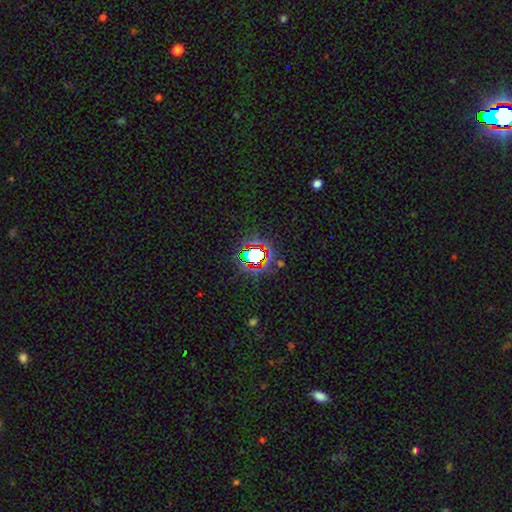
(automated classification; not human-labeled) Smooth or featured? star or artifact (70%)